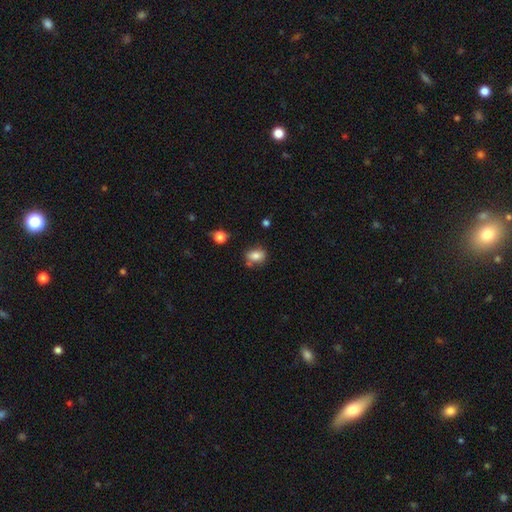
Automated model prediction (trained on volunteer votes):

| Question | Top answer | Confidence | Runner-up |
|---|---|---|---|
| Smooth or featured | smooth | 81% | star or artifact (10%) |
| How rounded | in between | 70% | round (29%) |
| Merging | none | 70% | minor disturbance (17%) |